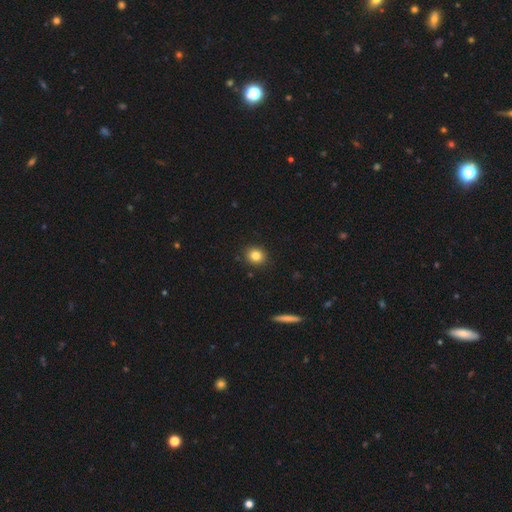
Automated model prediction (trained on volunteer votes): Smooth or featured? Predicted: smooth (p=0.82). How rounded? Predicted: round (p=0.76). Merging? Predicted: none (p=0.90).